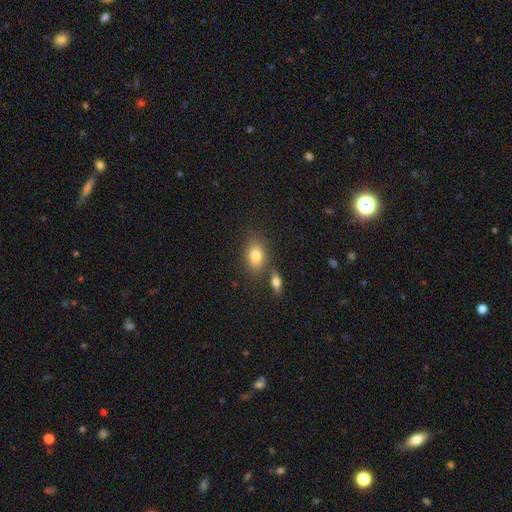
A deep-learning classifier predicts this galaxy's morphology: Q: Smooth or featured?
A: smooth (80%); runner-up: featured or disk (11%)
Q: How rounded?
A: in between (76%); runner-up: round (22%)
Q: Merging?
A: none (66%); runner-up: merger (18%)